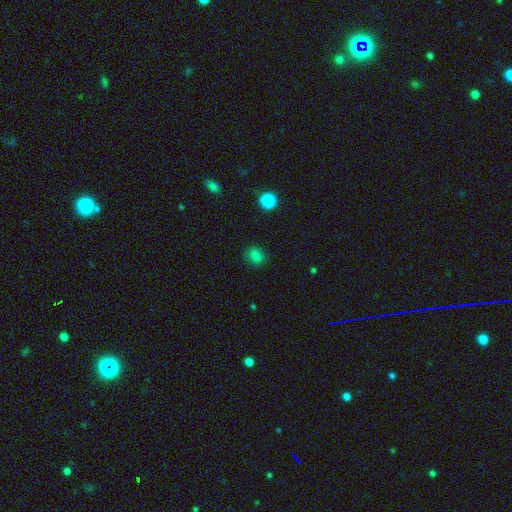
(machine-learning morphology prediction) smooth 81%, star or artifact 15%, featured or disk 4%. Down the decision tree: how rounded — round (65%); merging — none (87%).